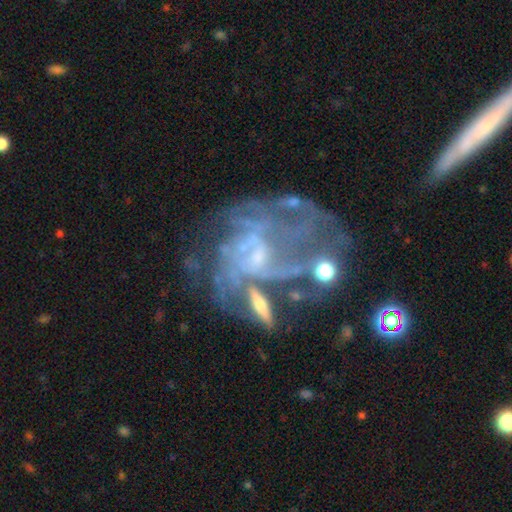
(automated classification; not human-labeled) Smooth or featured: featured or disk — 77% (star or artifact — 13%)
Edge-on disk: no — 97% (yes — 3%)
Bar: no — 58% (weak — 33%)
Spiral arms: yes — 71% (no — 29%)
Spiral winding: medium — 39% (tight — 34%)
Spiral arm count: can't tell — 48% (3 — 14%)
Bulge size: small — 54% (none — 29%)
Merging: none — 35% (major disturbance — 32%)